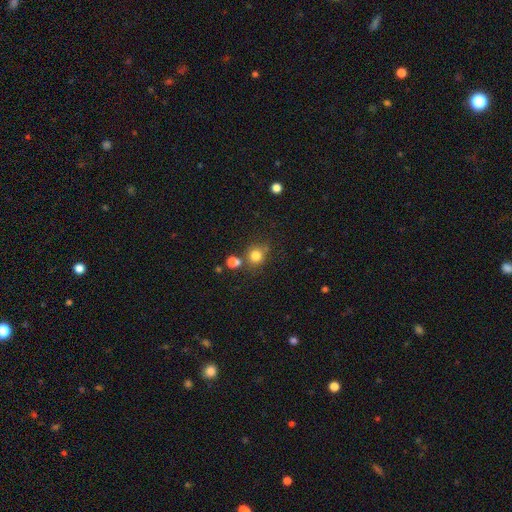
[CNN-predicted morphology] A smooth galaxy with no disk features (80%) that is round (84%).

Vote fractions:
- Smooth or featured? smooth: 80% / star or artifact: 13% / featured or disk: 7%
- How rounded? round: 84% / in between: 15% / cigar-shaped: 1%
- Merging? none: 65% / merger: 19% / minor disturbance: 11% / major disturbance: 4%